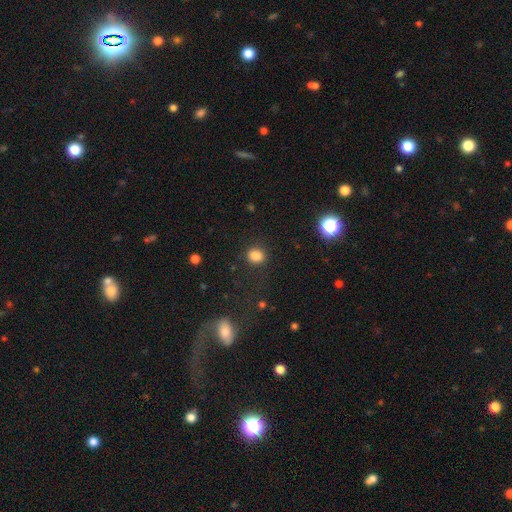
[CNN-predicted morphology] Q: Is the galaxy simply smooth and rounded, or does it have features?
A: smooth — 84%.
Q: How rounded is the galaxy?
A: round — 67%.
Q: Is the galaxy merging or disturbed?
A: none — 87%.